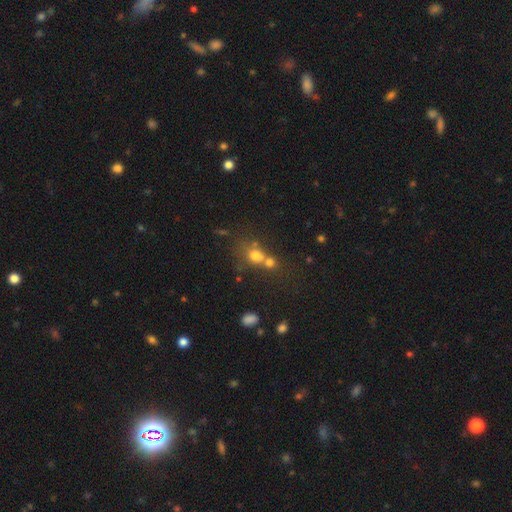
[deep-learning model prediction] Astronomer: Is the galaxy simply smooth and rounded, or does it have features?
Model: smooth — 66%.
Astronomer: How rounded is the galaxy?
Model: round — 69%.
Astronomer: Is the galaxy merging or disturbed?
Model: merger — 55% (runner-up: none, 30%).